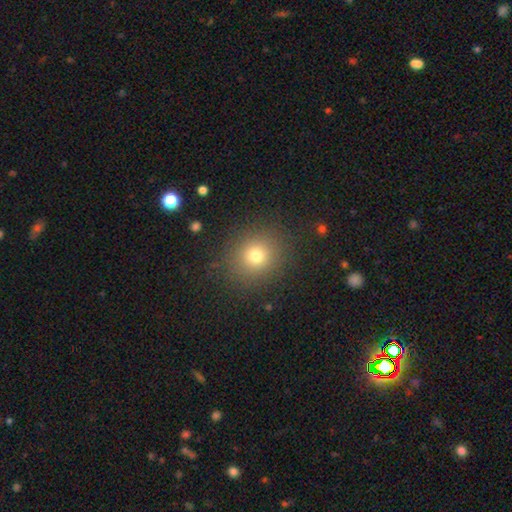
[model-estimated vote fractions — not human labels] Q: Smooth or featured?
A: smooth (73%); runner-up: star or artifact (17%)
Q: How rounded?
A: round (85%); runner-up: in between (14%)
Q: Merging?
A: none (86%); runner-up: minor disturbance (8%)